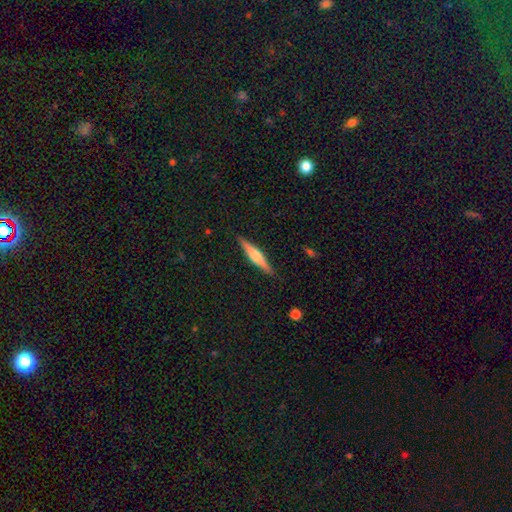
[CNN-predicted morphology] A featured or disk galaxy (55%) viewed edge-on (97%) with a rounded central bulge (75%).

Vote fractions:
- Smooth or featured? featured or disk: 55% / smooth: 39% / star or artifact: 6%
- Edge-on disk? yes: 97% / no: 3%
- Edge-on bulge? rounded: 75% / boxy: 14% / none: 11%
- Merging? none: 90% / minor disturbance: 7% / major disturbance: 2% / merger: 1%